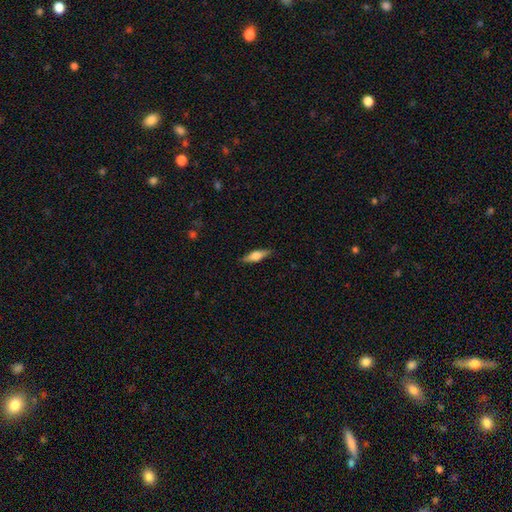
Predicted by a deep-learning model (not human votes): smooth_or_featured: smooth (p=0.61) [alt: featured or disk p=0.33]
how_rounded: cigar-shaped (p=0.53) [alt: in between p=0.44]
merging: none (p=0.86) [alt: minor disturbance p=0.11]